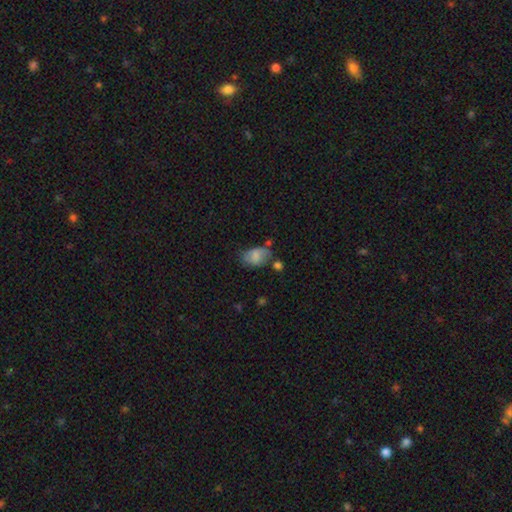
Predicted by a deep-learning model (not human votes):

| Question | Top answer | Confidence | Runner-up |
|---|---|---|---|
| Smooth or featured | smooth | 69% | featured or disk (21%) |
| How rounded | in between | 83% | round (15%) |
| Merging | none | 46% | minor disturbance (30%) |